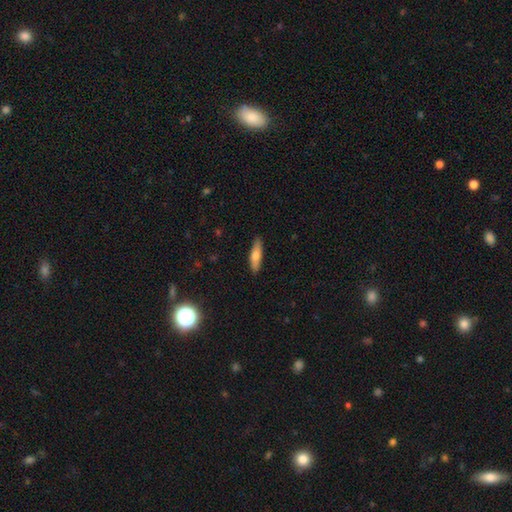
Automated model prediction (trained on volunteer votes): Smooth or featured?
  - smooth: 68% *
  - featured or disk: 25%
  - star or artifact: 6%
How rounded?
  - cigar-shaped: 69% *
  - in between: 29%
  - round: 2%
Merging?
  - none: 88% *
  - minor disturbance: 9%
  - major disturbance: 2%
  - merger: 1%